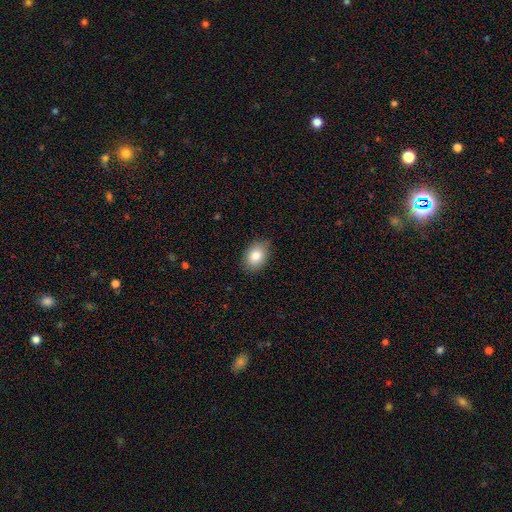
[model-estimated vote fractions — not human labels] This is clearly a smooth galaxy (82%). How rounded: likely in between (77%). Merging: clearly none (84%).